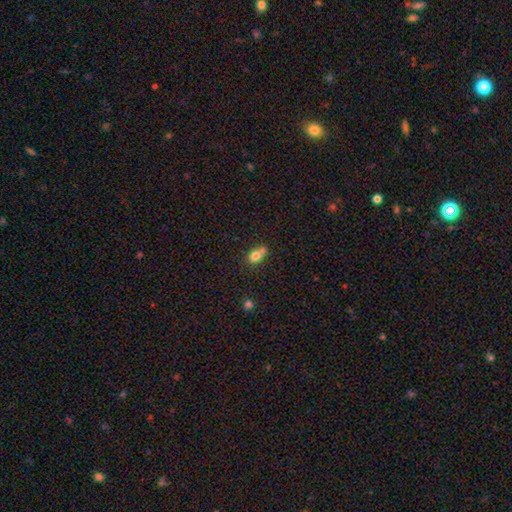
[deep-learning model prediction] Morphology: type=smooth (77%); roundness=in between (54%); merging=merger (41%, tied with none).